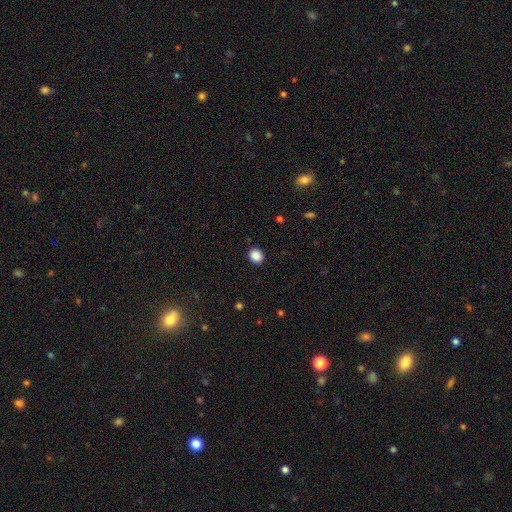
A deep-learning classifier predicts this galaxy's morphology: This appears to be a smooth galaxy with no disk features (88%) that is round (72%). Merging: none (90%).